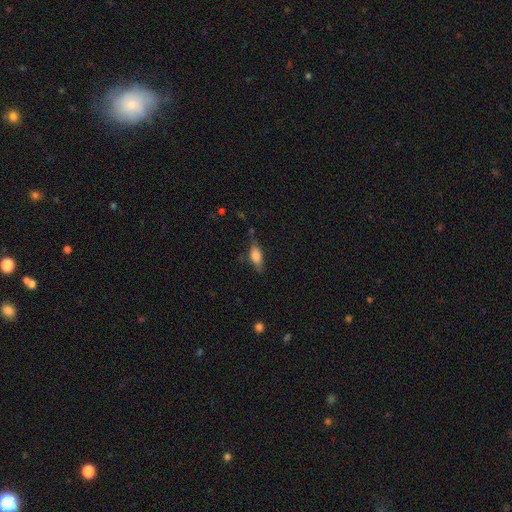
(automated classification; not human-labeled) Overall: smooth (71%). How rounded: in between (76%). Merging: none (65%; minor disturbance 25%).